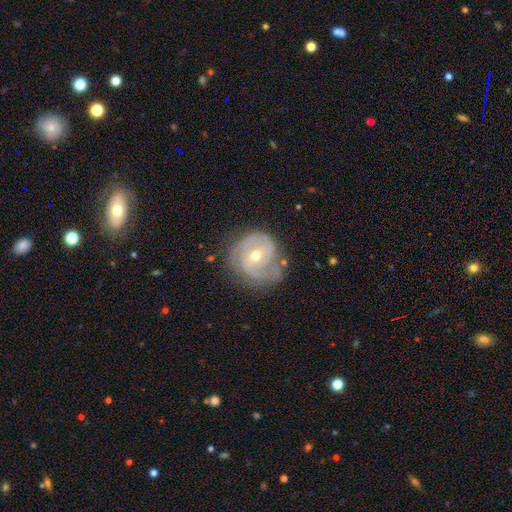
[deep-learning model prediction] A featured or disk galaxy (82%) with no bar (57%), 2 (45%) tight (62%) spiral arms (92%) and a moderate central bulge (53%).

Vote fractions:
- Smooth or featured? featured or disk: 82% / smooth: 12% / star or artifact: 6%
- Edge-on disk? no: 97% / yes: 3%
- Bar? no: 57% / weak: 34% / strong: 9%
- Spiral arms? yes: 92% / no: 8%
- Spiral winding? tight: 62% / medium: 30% / loose: 8%
- Spiral arm count? 2: 45% / can't tell: 24% / 3: 19% / 1: 6% / 4: 4% / more than 4: 3%
- Bulge size? moderate: 53% / small: 44% / large: 1% / none: 1% / dominant: 1%
- Merging? none: 63% / minor disturbance: 24% / major disturbance: 10% / merger: 3%